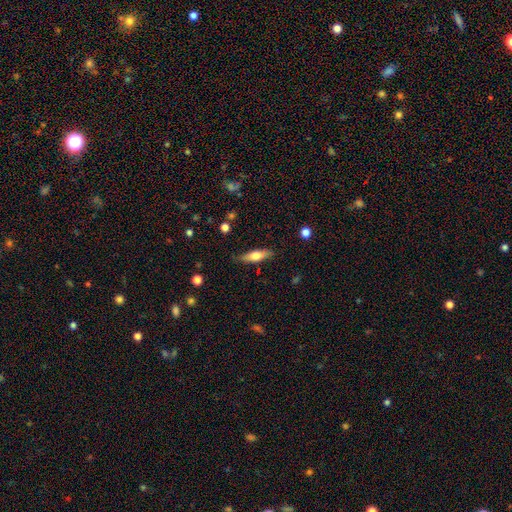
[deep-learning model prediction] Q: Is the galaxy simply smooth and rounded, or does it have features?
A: smooth — 61%.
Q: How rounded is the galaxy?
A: cigar-shaped — 55%.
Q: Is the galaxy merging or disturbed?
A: none — 82%.